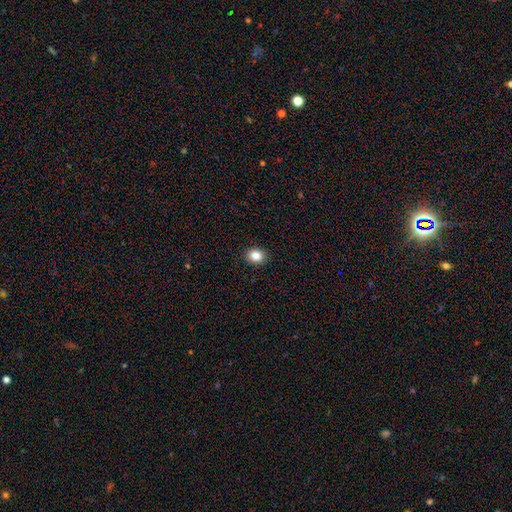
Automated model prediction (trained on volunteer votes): smooth 84%, star or artifact 10%, featured or disk 5%. Down the decision tree: how rounded — round (58%); merging — none (91%).